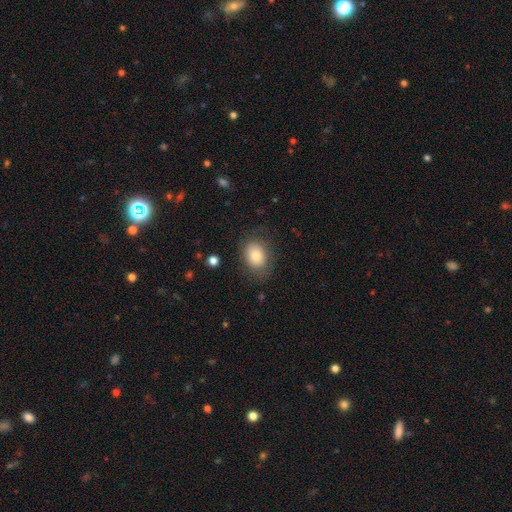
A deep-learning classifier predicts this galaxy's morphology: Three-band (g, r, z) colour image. It shows a smooth galaxy with no disk features (79%) that is in between round and cigar-shaped (68%). Merging: none (75%).